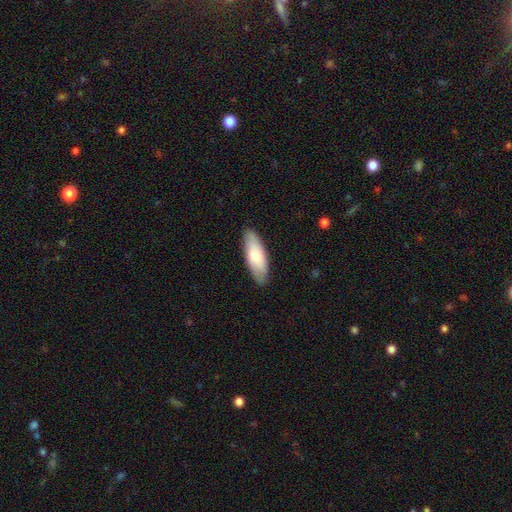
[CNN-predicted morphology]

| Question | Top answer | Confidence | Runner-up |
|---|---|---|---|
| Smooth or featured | smooth | 77% | featured or disk (17%) |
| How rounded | in between | 65% | cigar-shaped (33%) |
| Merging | none | 86% | minor disturbance (11%) |